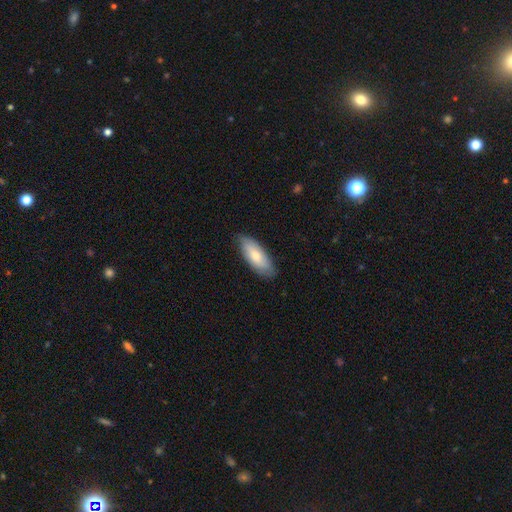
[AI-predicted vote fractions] smooth 72%, featured or disk 23%, star or artifact 6%. Down the decision tree: how rounded — in between (77%); merging — none (83%).